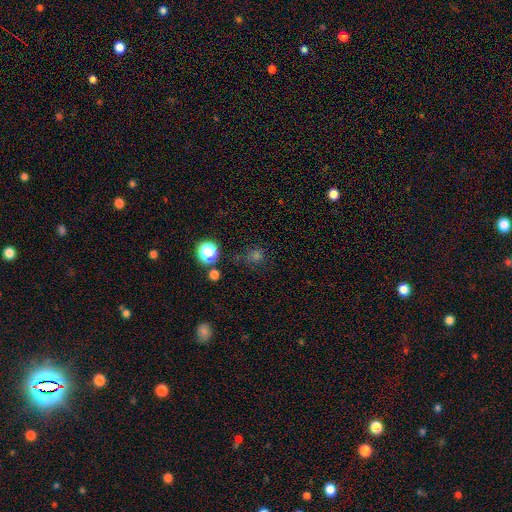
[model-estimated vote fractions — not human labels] Smooth or featured?
  - smooth: 56% *
  - star or artifact: 37%
  - featured or disk: 7%
How rounded?
  - round: 88% *
  - in between: 11%
  - cigar-shaped: 1%
Merging?
  - none: 77% *
  - minor disturbance: 13%
  - major disturbance: 6%
  - merger: 4%